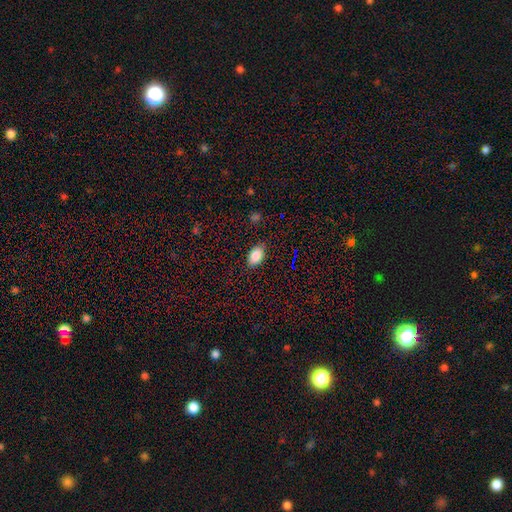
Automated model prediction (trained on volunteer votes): smooth-or-featured: smooth: 85% | star or artifact: 9% | featured or disk: 6%
  how-rounded: in between: 91% | round: 8% | cigar-shaped: 2%
  merging: none: 85% | minor disturbance: 11% | major disturbance: 3% | merger: 1%